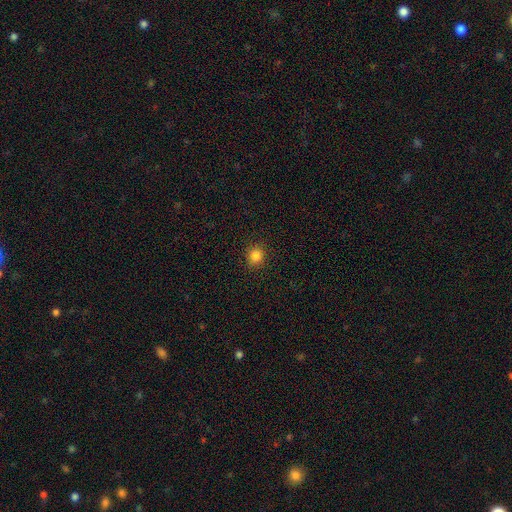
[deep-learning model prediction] smooth_or_featured: smooth (p=0.84) [alt: star or artifact p=0.12]
how_rounded: round (p=0.87) [alt: in between p=0.13]
merging: none (p=0.91) [alt: minor disturbance p=0.06]